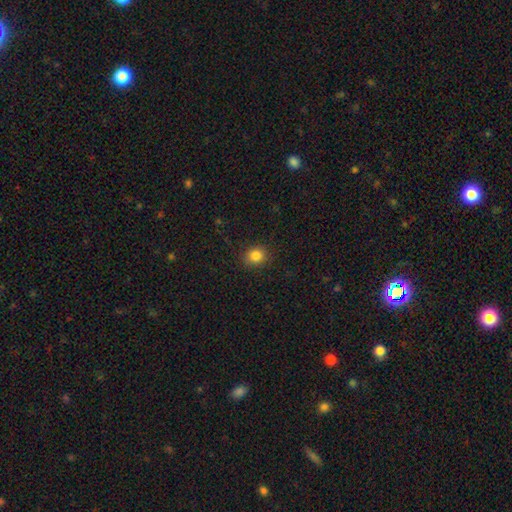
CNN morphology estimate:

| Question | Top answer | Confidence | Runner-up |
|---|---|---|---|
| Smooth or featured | smooth | 83% | star or artifact (12%) |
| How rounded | round | 78% | in between (21%) |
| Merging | none | 89% | minor disturbance (8%) |